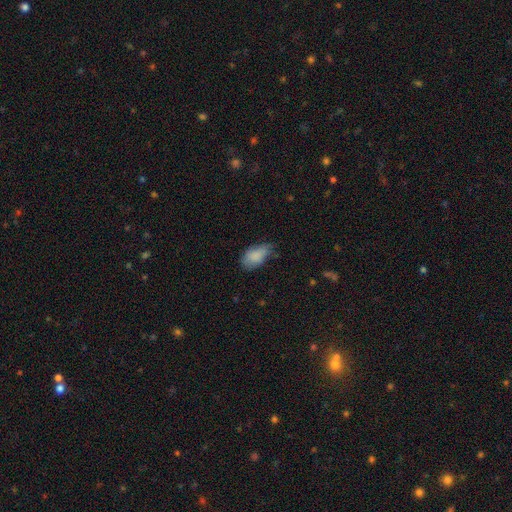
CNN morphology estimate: Overall: smooth (84%). How rounded: in between (93%). Merging: none (49%; minor disturbance 39%).